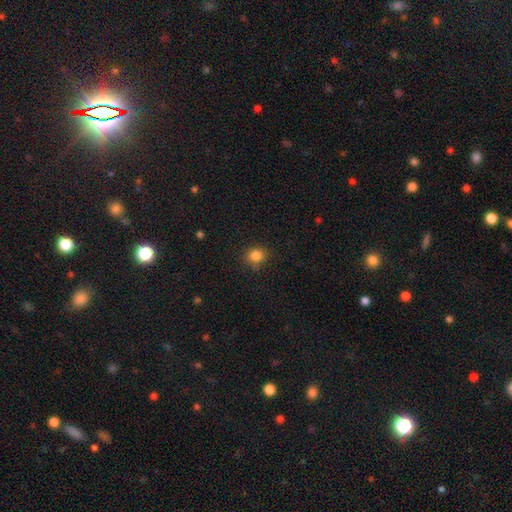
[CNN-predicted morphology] This is clearly a smooth galaxy (84%). How rounded: likely round (76%). Merging: clearly none (81%).